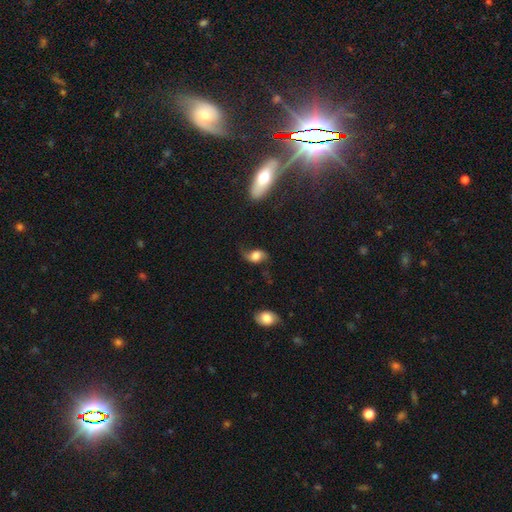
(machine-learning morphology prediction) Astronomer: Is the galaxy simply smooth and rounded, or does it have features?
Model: featured or disk — 49% (runner-up: smooth, 41%).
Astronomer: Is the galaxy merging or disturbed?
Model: none — 55%.